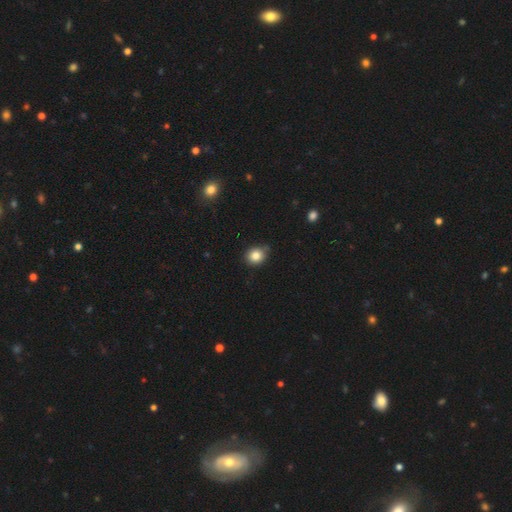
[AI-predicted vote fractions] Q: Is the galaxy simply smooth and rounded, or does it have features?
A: smooth — 83%.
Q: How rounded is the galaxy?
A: round — 71%.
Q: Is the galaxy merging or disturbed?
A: none — 75%.